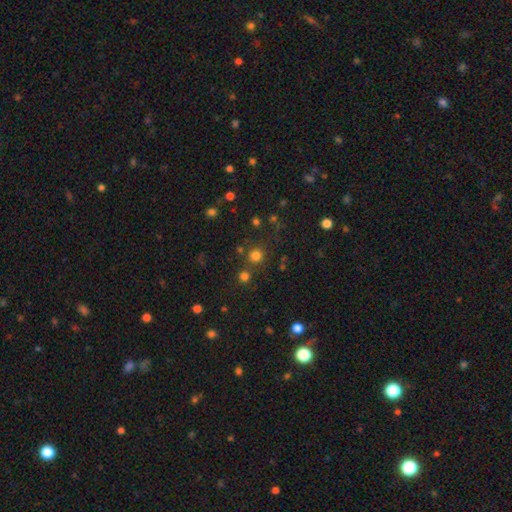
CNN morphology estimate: type=smooth (75%); roundness=round (92%); merging=none (76%).